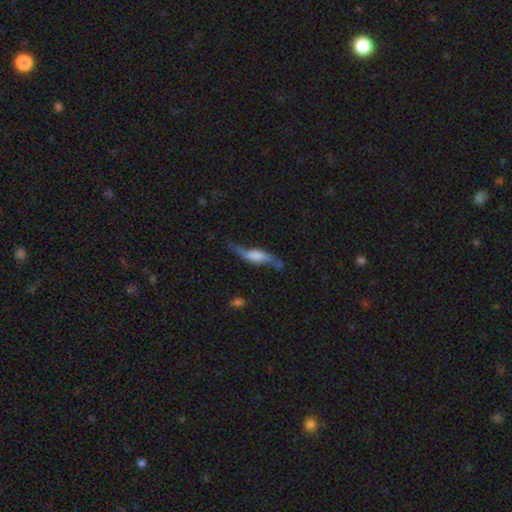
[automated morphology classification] The model was most divided on "edge-on disk": no: 51%, yes: 49%. More confident: smooth or featured — featured or disk (69%); merging — none (63%).